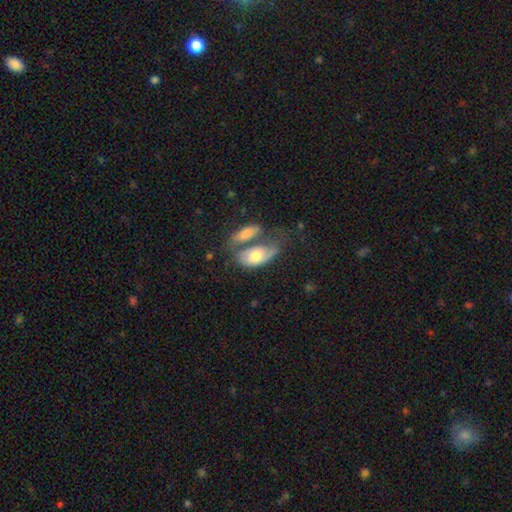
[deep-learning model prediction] Overall: smooth (61%; featured or disk 33%). How rounded: in between (90%). Merging: merger (46%; none 22%).